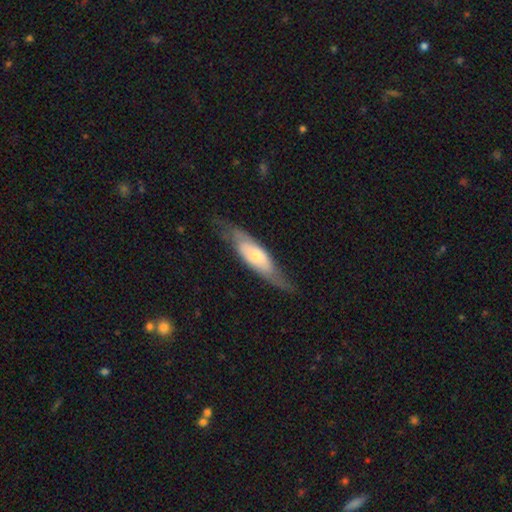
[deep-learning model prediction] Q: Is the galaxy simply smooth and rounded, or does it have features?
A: featured or disk — 56%.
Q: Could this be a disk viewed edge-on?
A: no — 57%.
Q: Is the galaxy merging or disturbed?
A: none — 68%.